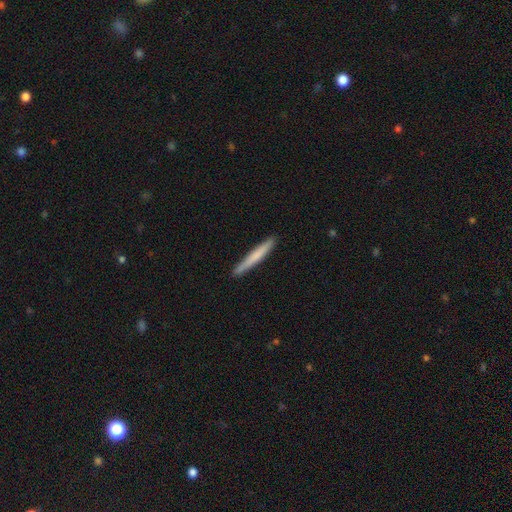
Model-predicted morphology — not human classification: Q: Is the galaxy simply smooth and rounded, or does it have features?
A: smooth — 69%.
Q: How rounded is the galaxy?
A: cigar-shaped — 97%.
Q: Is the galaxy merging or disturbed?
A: none — 91%.